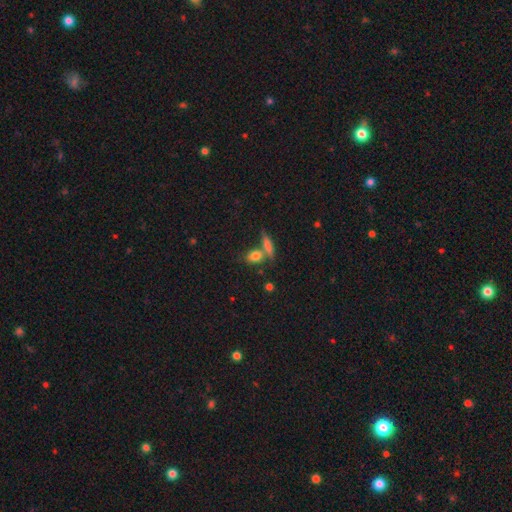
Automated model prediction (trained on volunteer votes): Smooth or featured? Predicted: smooth (p=0.78). How rounded? Predicted: in between (p=0.68). Merging? Predicted: none (p=0.53).